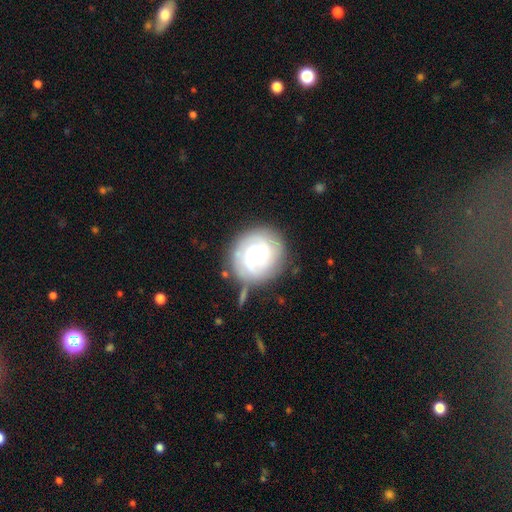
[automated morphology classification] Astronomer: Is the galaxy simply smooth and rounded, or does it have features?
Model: featured or disk — 67%.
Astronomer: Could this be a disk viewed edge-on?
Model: no — 98%.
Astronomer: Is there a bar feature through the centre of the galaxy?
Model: no — 67%.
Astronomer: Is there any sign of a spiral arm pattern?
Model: yes — 87%.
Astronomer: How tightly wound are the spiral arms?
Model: tight — 59%.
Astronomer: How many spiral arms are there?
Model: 2 — 34% (runner-up: can't tell, 30%).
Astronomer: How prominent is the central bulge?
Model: moderate — 50% (runner-up: small, 41%).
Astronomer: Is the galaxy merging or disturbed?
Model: none — 72%.